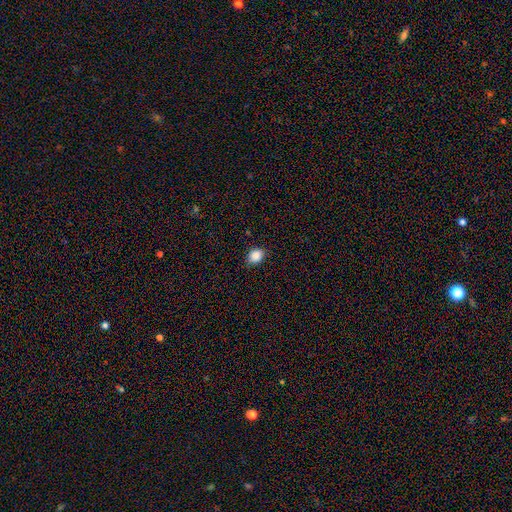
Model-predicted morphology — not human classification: Smooth or featured? smooth (86%)
How rounded? round (51%)
Merging? none (79%)